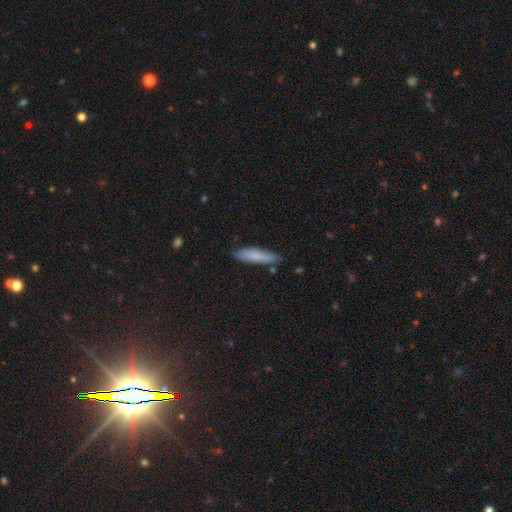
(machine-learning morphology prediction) Q: Smooth or featured?
A: smooth (78%); runner-up: featured or disk (15%)
Q: How rounded?
A: cigar-shaped (79%); runner-up: in between (20%)
Q: Merging?
A: none (81%); runner-up: minor disturbance (14%)